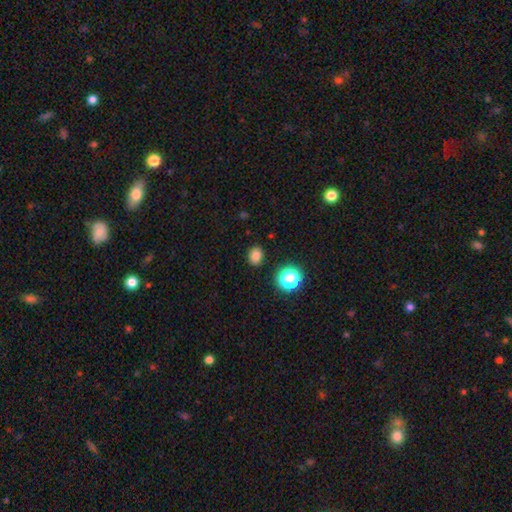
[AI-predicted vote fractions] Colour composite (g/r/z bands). It shows a smooth galaxy with no disk features (80%) that is round (54%). Merging: none (88%).